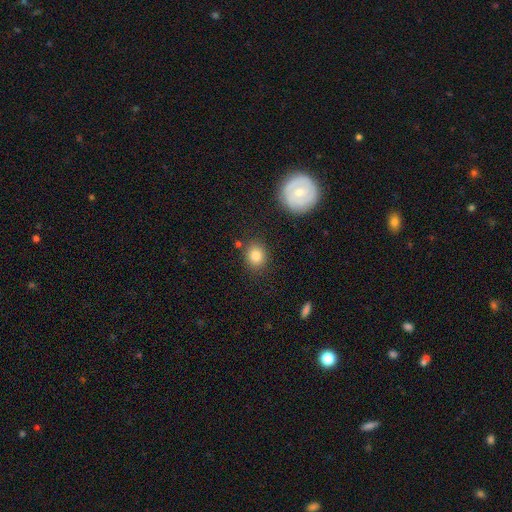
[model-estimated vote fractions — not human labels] Smooth or featured: smooth — 83% (star or artifact — 10%)
How rounded: round — 69% (in between — 30%)
Merging: none — 83% (minor disturbance — 10%)